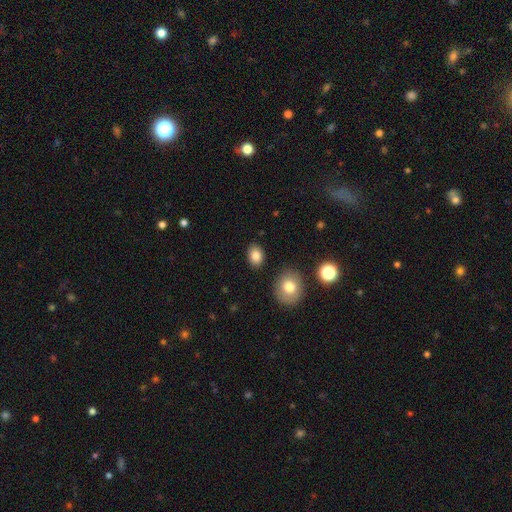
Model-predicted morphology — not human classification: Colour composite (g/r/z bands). It shows a smooth galaxy with no disk features (84%) that is in between round and cigar-shaped (72%). Merging: none (87%).